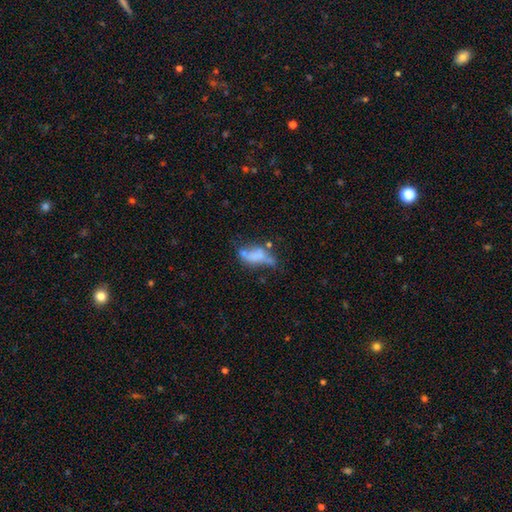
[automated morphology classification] This is possibly a smooth galaxy (47%). Merging: marginally none (28%).